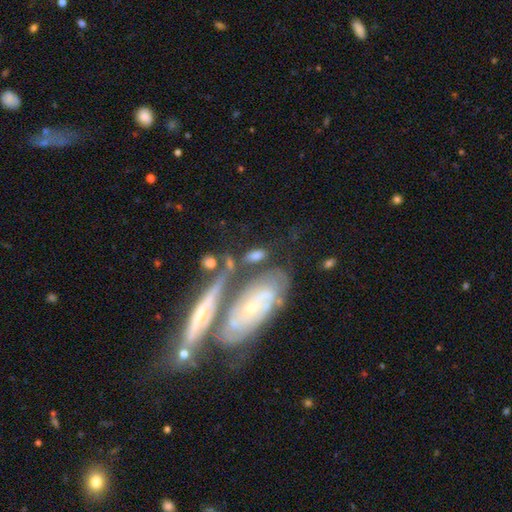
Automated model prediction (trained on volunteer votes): This is possibly a featured or disk galaxy (58%). It is likely not viewed edge-on (74%). Merging: marginally none (42%).